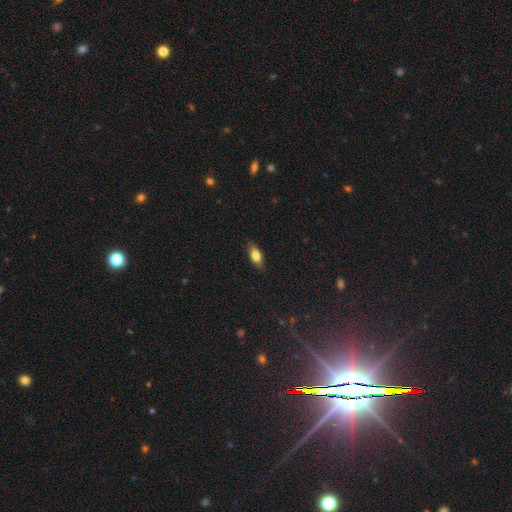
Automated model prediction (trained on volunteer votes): smooth 74%, featured or disk 19%, star or artifact 7%. Down the decision tree: how rounded — in between (78%); merging — none (85%).